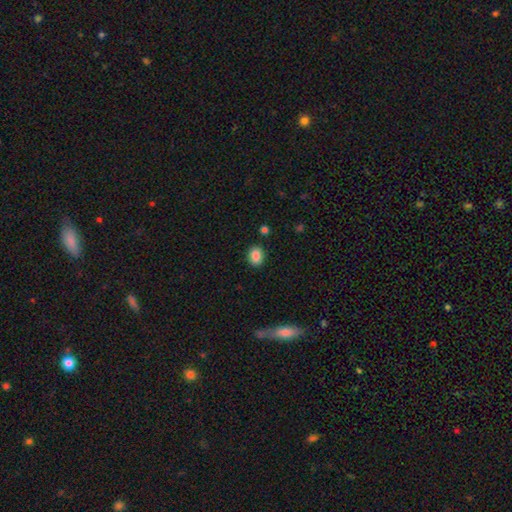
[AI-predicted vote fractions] Smooth or featured: smooth — 86% (star or artifact — 9%)
How rounded: in between — 53% (round — 46%)
Merging: none — 87% (minor disturbance — 9%)